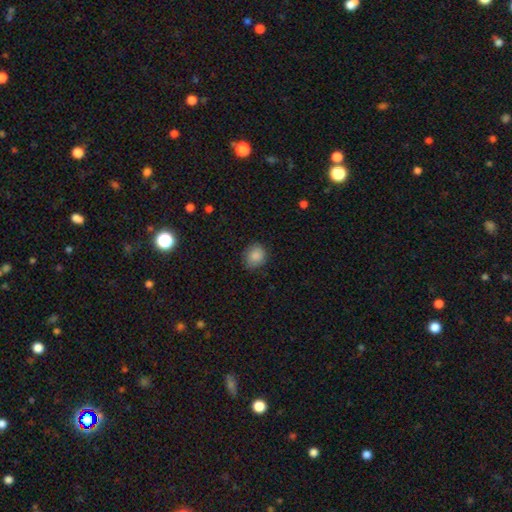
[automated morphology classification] smooth 86%, star or artifact 8%, featured or disk 5%. Down the decision tree: how rounded — round (71%); merging — none (82%).